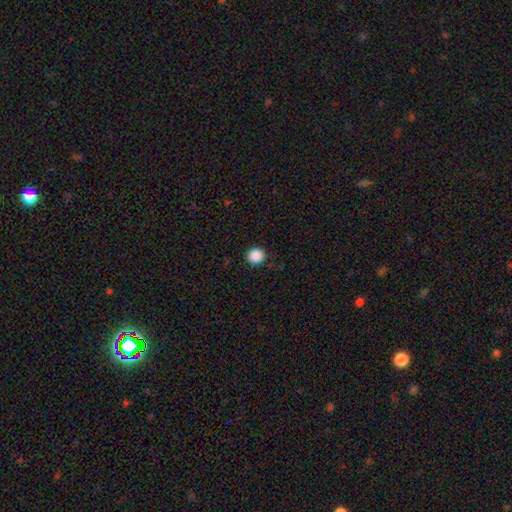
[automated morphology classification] The model was most divided on "smooth or featured": smooth: 88%, star or artifact: 10%, featured or disk: 2%. More confident: how rounded — round (93%); merging — none (91%).